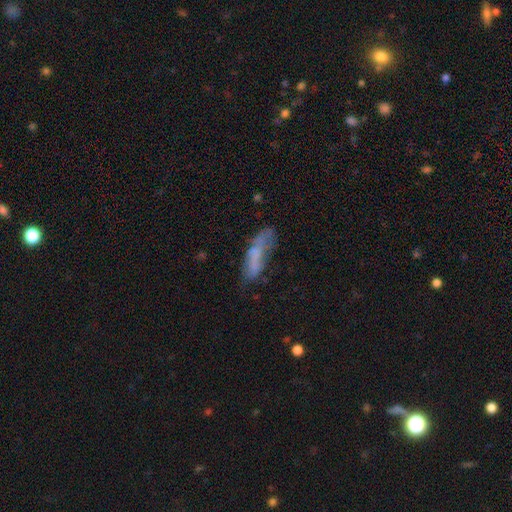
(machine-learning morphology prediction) type=smooth (54%); roundness=cigar-shaped (58%); merging=none (40%).